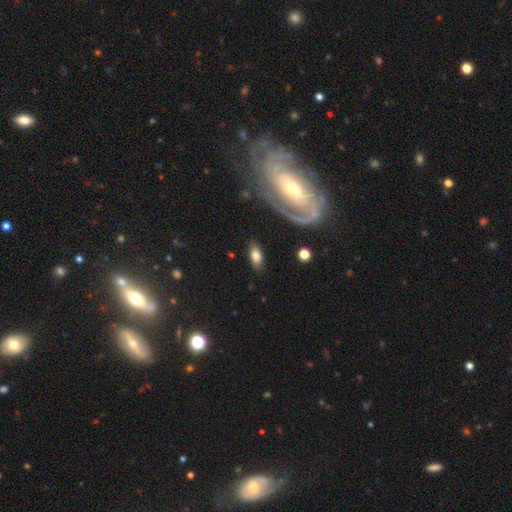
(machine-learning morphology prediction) The model was most divided on "smooth or featured": smooth: 71%, featured or disk: 22%, star or artifact: 7%. More confident: how rounded — in between (88%); merging — none (82%).